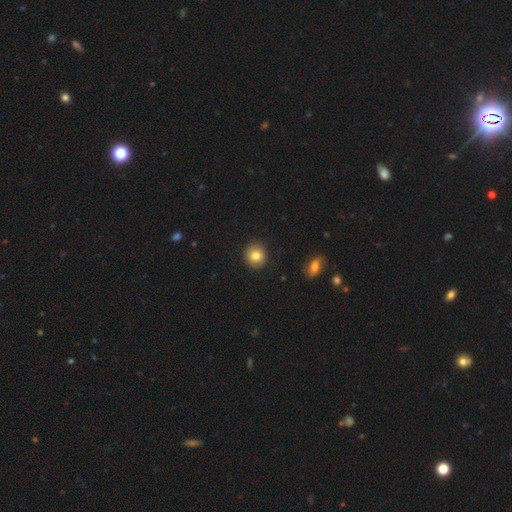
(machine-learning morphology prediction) Overall: smooth (82%). How rounded: round (88%). Merging: none (90%).